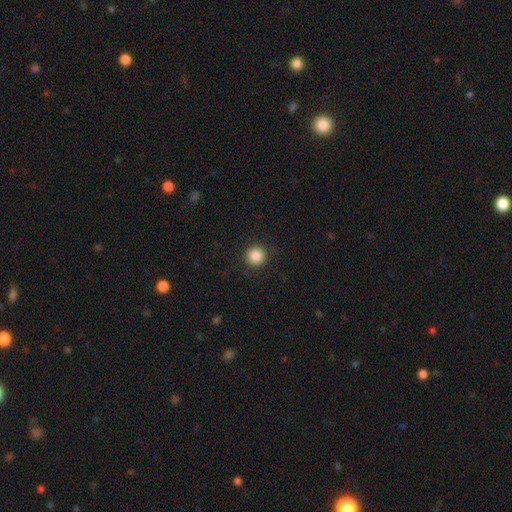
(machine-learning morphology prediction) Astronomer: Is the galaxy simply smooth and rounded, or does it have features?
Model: smooth — 87%.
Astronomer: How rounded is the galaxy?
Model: round — 95%.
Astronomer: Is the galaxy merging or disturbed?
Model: none — 91%.